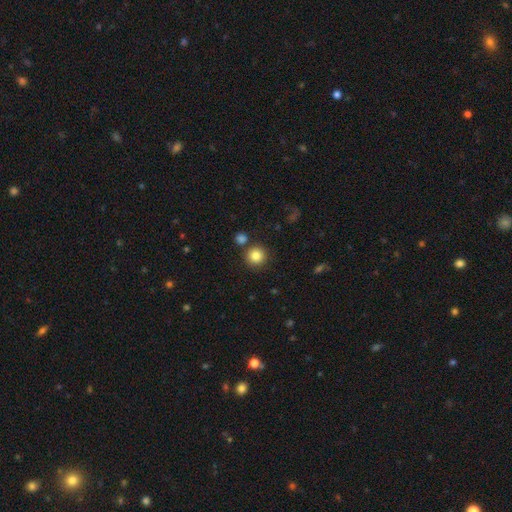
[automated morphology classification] This is clearly a smooth galaxy (84%). How rounded: clearly round (94%). Merging: clearly none (82%).